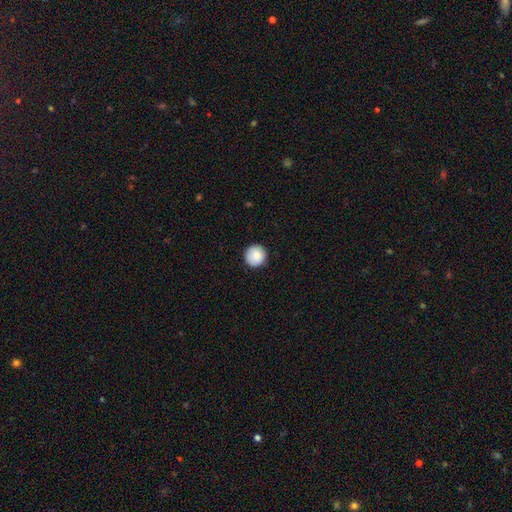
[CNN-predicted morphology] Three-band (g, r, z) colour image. It shows a smooth galaxy with no disk features (88%) that is round (96%). Merging: none (90%).